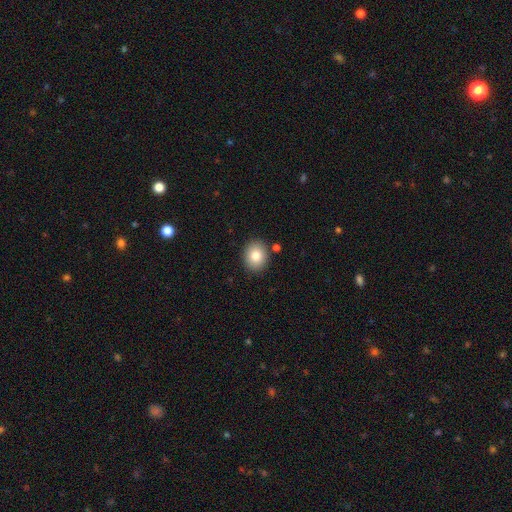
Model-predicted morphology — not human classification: Smooth or featured?
  - smooth: 82% *
  - star or artifact: 9%
  - featured or disk: 9%
How rounded?
  - round: 57% *
  - in between: 42%
  - cigar-shaped: 1%
Merging?
  - none: 86% *
  - minor disturbance: 8%
  - merger: 3%
  - major disturbance: 2%